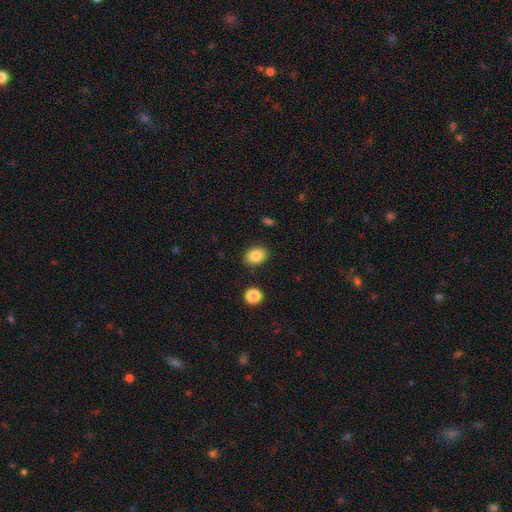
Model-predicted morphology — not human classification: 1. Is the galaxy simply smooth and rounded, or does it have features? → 86% smooth, 9% star or artifact, 6% featured or disk.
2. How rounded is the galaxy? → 71% in between, 28% round, 1% cigar-shaped.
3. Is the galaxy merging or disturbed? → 86% none, 9% minor disturbance, 3% major disturbance, 2% merger.